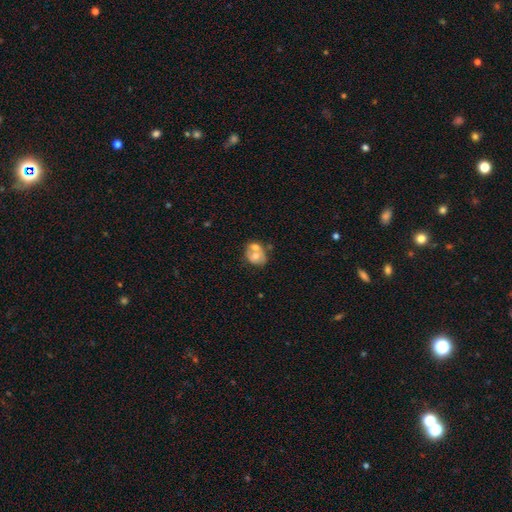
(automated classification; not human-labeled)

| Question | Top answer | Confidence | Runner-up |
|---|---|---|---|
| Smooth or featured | smooth | 51% | featured or disk (41%) |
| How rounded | in between | 51% | round (48%) |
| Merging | merger | 51% | none (30%) |